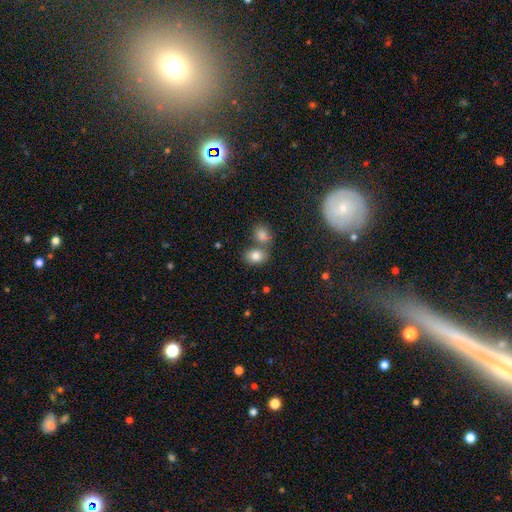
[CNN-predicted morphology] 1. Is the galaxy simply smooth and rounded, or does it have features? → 81% smooth, 11% star or artifact, 8% featured or disk.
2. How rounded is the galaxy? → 64% in between, 35% round, 1% cigar-shaped.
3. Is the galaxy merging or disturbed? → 53% none, 34% merger, 10% minor disturbance, 4% major disturbance.